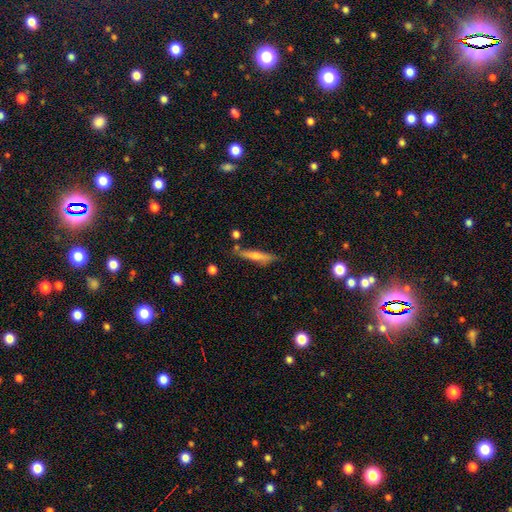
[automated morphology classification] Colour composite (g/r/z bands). It shows a smooth galaxy with no disk features (52%) that is cigar-shaped (89%). Merging: none (77%).